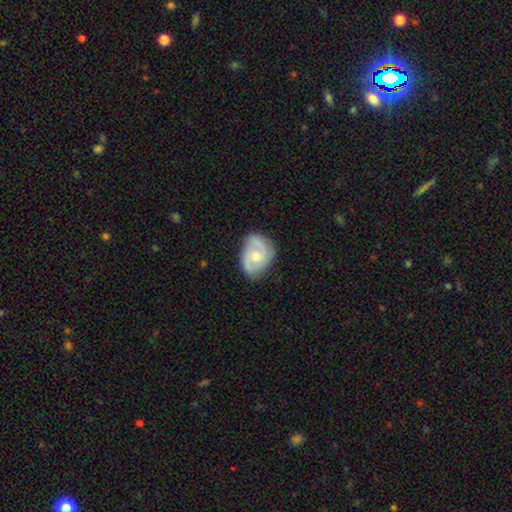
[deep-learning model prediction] featured or disk 71%, smooth 24%, star or artifact 6%. Down the decision tree: edge-on disk — no (97%); bar — no (63%); spiral arms — yes (91%); spiral arm count — 2 (66%); spiral winding — medium (46%); bulge size — moderate (58%); merging — none (68%).